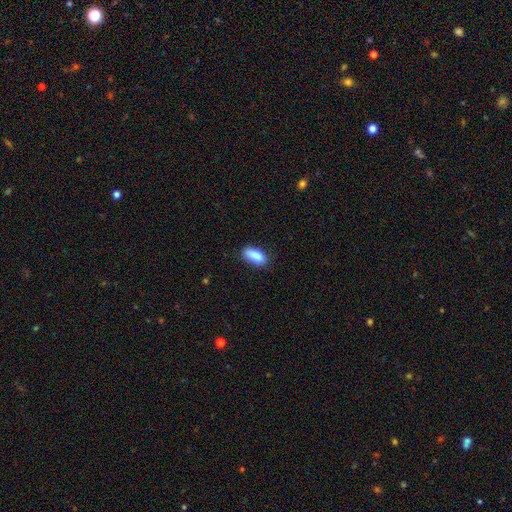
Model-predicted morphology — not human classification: Overall: smooth (87%). How rounded: in between (83%). Merging: none (72%).